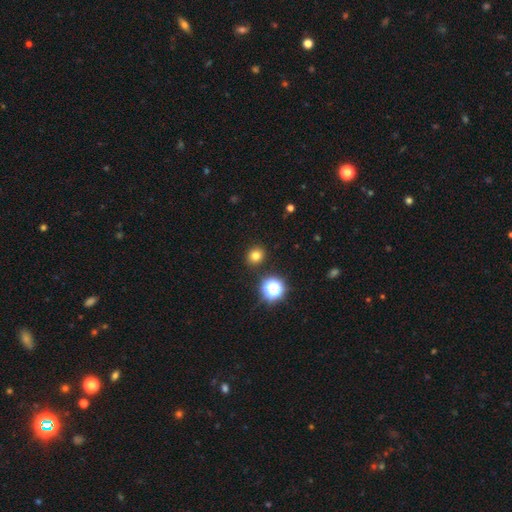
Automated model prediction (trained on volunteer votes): Smooth or featured?
  - smooth: 75% *
  - star or artifact: 18%
  - featured or disk: 7%
How rounded?
  - round: 83% *
  - in between: 16%
  - cigar-shaped: 1%
Merging?
  - none: 89% *
  - minor disturbance: 6%
  - merger: 2%
  - major disturbance: 2%